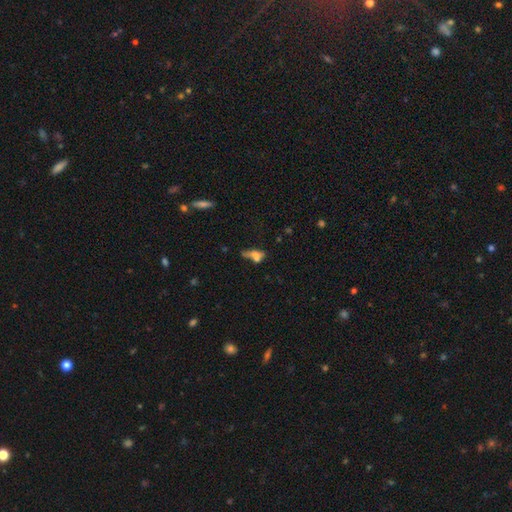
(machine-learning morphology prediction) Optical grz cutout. It shows a smooth galaxy with no disk features (56%) that is in between round and cigar-shaped (62%). Merging: merger (36%).